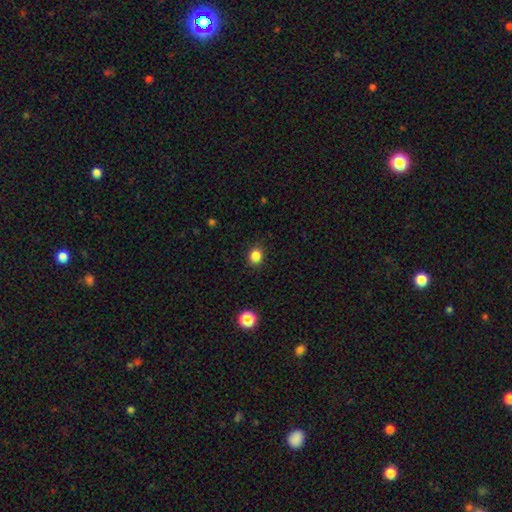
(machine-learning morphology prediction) smooth 84%, star or artifact 12%, featured or disk 4%. Down the decision tree: how rounded — round (75%); merging — none (89%).